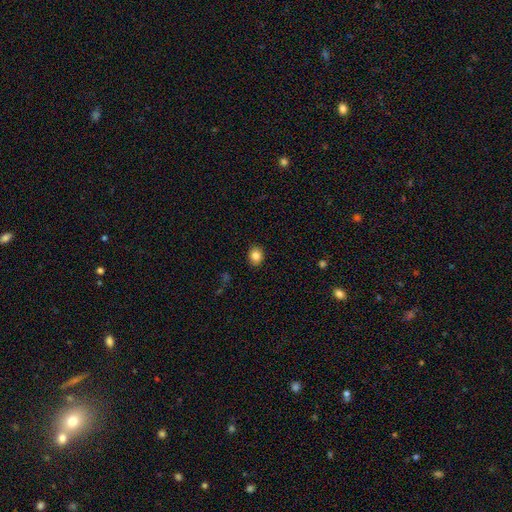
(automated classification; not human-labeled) The model was most divided on "how rounded": round: 62%, in between: 37%, cigar-shaped: 1%. More confident: merging — none (90%); smooth or featured — smooth (84%).